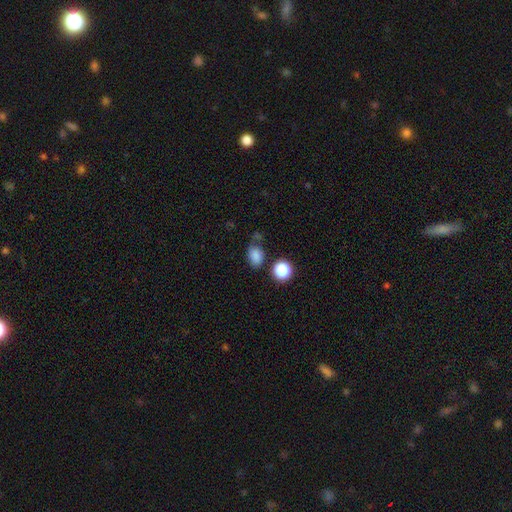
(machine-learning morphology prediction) This appears to be a smooth galaxy with no disk features (81%) that is in between round and cigar-shaped (69%). Merging: none (63%).